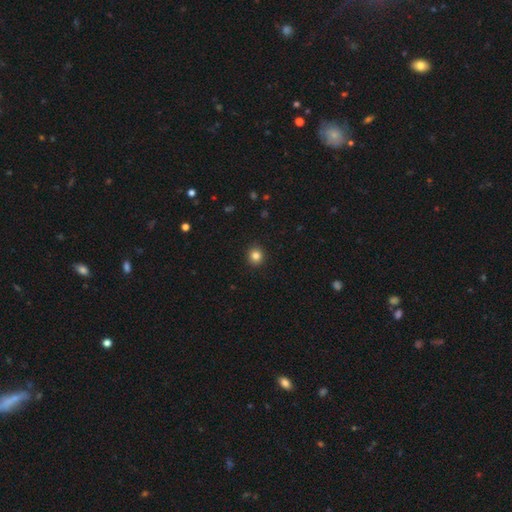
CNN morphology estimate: smooth_or_featured: smooth (p=0.84) [alt: star or artifact p=0.11]
how_rounded: round (p=0.88) [alt: in between p=0.11]
merging: none (p=0.92) [alt: minor disturbance p=0.05]